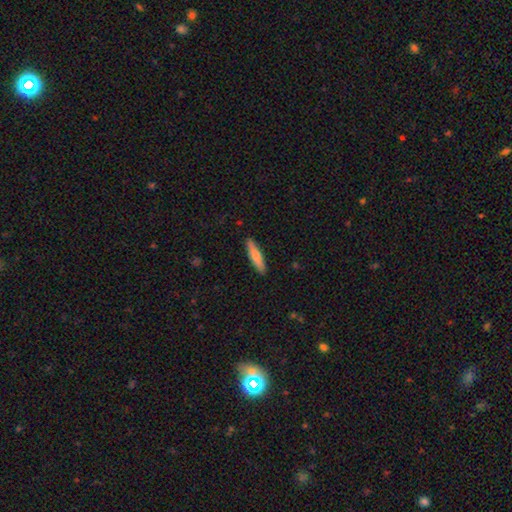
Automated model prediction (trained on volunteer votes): Morphology: type=smooth (69%); roundness=cigar-shaped (81%); merging=none (90%).